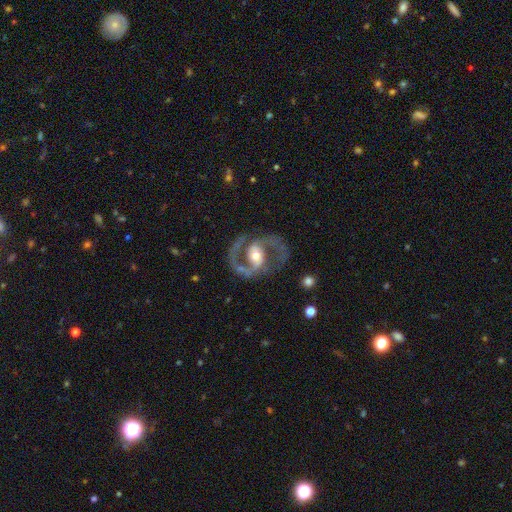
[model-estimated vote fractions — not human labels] A featured or disk galaxy (90%) with a weak bar (38%), 2 (93%) medium (64%) spiral arms (94%) and a moderate central bulge (66%).

Vote fractions:
- Smooth or featured? featured or disk: 90% / smooth: 5% / star or artifact: 4%
- Edge-on disk? no: 97% / yes: 3%
- Bar? weak: 38% / no: 33% / strong: 30%
- Spiral arms? yes: 94% / no: 6%
- Spiral winding? medium: 64% / loose: 22% / tight: 15%
- Spiral arm count? 2: 93% / 1: 2% / can't tell: 2% / 3: 1% / 4: 1% / more than 4: 1%
- Bulge size? moderate: 66% / small: 20% / large: 11% / dominant: 1% / none: 1%
- Merging? none: 75% / minor disturbance: 13% / major disturbance: 10% / merger: 2%